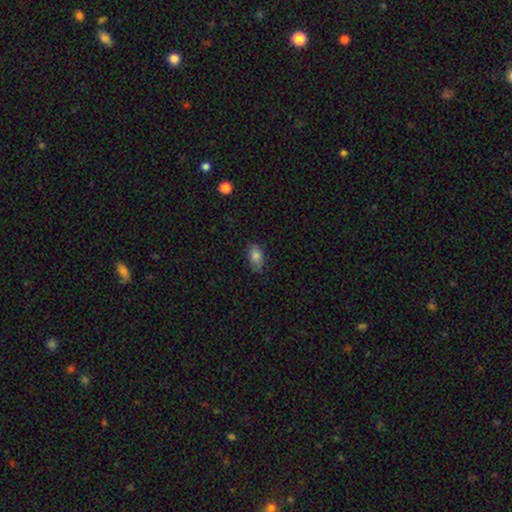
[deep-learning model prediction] This is clearly a smooth galaxy (83%). How rounded: clearly in between (90%). Merging: likely none (77%).